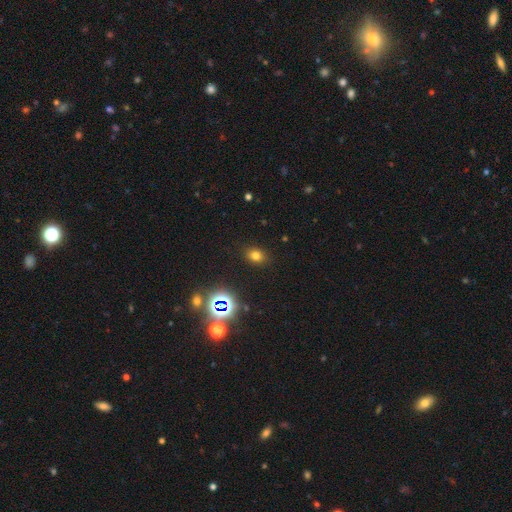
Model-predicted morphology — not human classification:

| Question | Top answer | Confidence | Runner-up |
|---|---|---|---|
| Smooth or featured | smooth | 70% | star or artifact (23%) |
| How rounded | in between | 54% | round (45%) |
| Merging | none | 87% | minor disturbance (9%) |